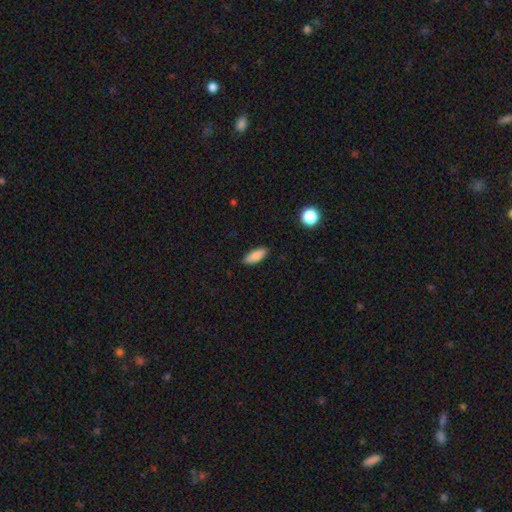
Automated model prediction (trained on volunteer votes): Morphology: type=smooth (86%); roundness=in between (79%); merging=none (86%).